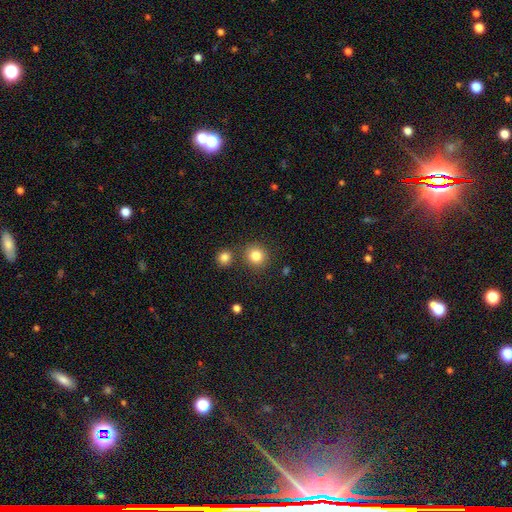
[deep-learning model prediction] The model was most divided on "merging": none: 81%, merger: 9%, minor disturbance: 8%, major disturbance: 3%. More confident: how rounded — round (89%); smooth or featured — smooth (83%).